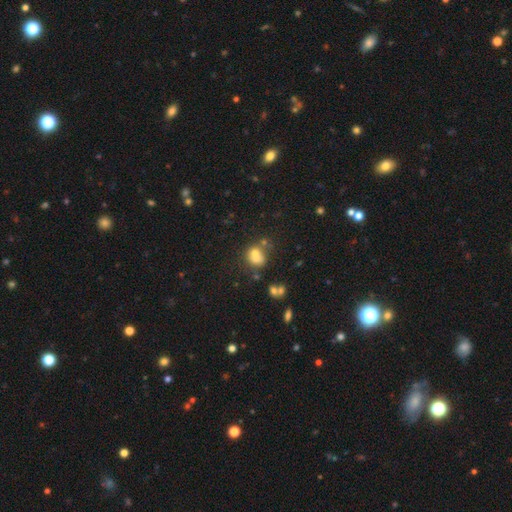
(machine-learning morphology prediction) The model was most divided on "merging": merger: 43%, none: 38%, minor disturbance: 13%, major disturbance: 7%. More confident: smooth or featured — smooth (67%); how rounded — round (64%).